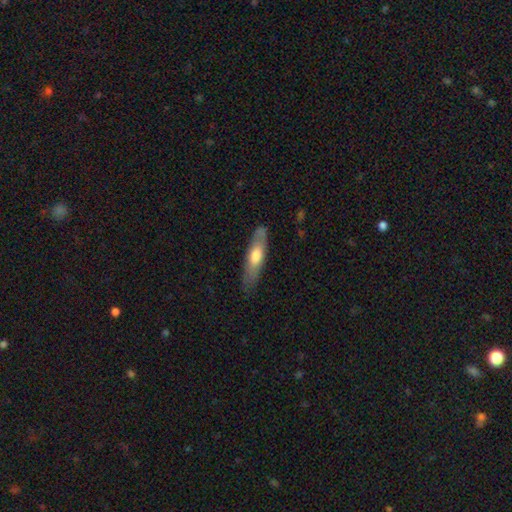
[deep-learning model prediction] Smooth or featured? smooth (58%)
How rounded? cigar-shaped (68%)
Merging? none (79%)